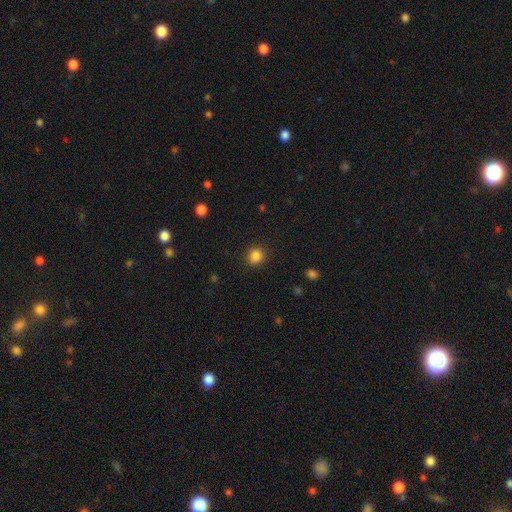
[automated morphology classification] smooth 86%, star or artifact 11%, featured or disk 3%. Down the decision tree: how rounded — round (83%); merging — none (89%).